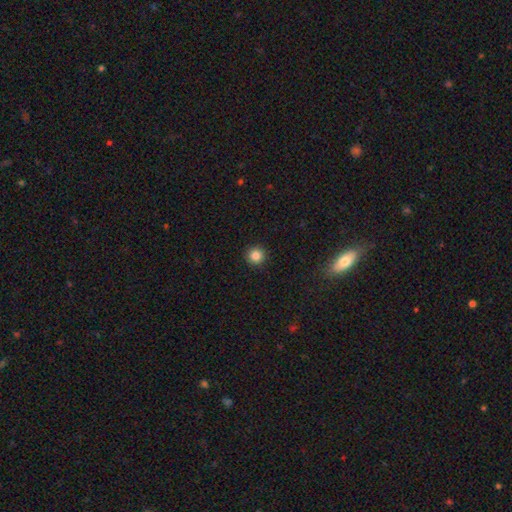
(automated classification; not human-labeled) Smooth or featured: smooth — 85% (star or artifact — 11%)
How rounded: round — 96% (in between — 3%)
Merging: none — 93% (minor disturbance — 4%)